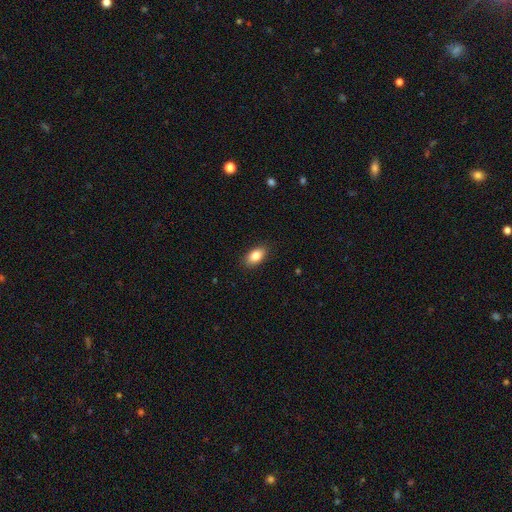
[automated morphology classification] Smooth or featured?
  - smooth: 85% *
  - star or artifact: 8%
  - featured or disk: 7%
How rounded?
  - in between: 91% *
  - round: 7%
  - cigar-shaped: 2%
Merging?
  - none: 88% *
  - minor disturbance: 9%
  - major disturbance: 2%
  - merger: 1%